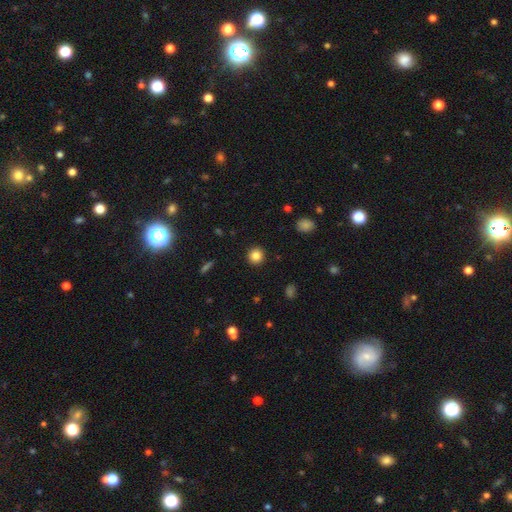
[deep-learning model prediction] Morphology: type=smooth (85%); roundness=round (93%); merging=none (92%).